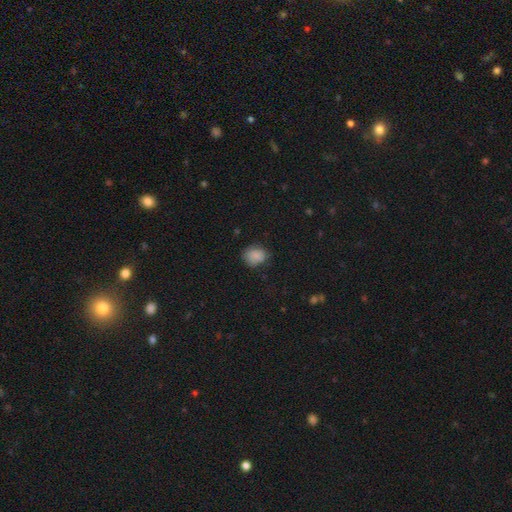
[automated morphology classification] Q: Smooth or featured?
A: smooth (84%); runner-up: star or artifact (10%)
Q: How rounded?
A: round (52%); runner-up: in between (47%)
Q: Merging?
A: none (69%); runner-up: minor disturbance (24%)